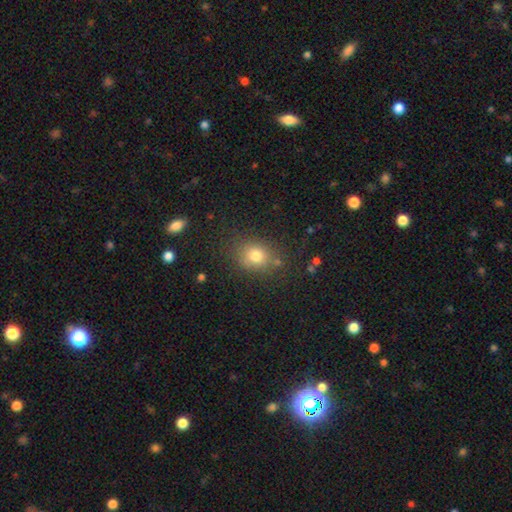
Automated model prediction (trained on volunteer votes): This appears to be a smooth galaxy with no disk features (77%) that is round (59%). Merging: none (76%).